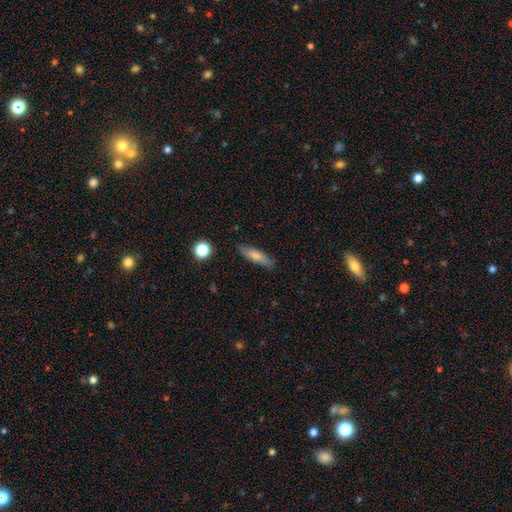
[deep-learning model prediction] Smooth or featured: smooth — 71% (featured or disk — 22%)
How rounded: cigar-shaped — 64% (in between — 34%)
Merging: none — 83% (minor disturbance — 13%)